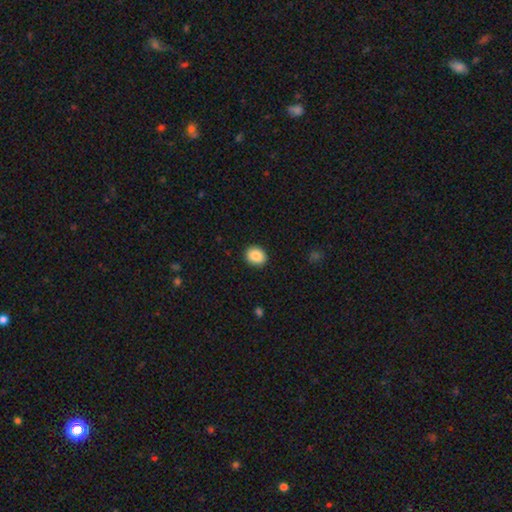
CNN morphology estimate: Q: Smooth or featured?
A: smooth (88%); runner-up: star or artifact (8%)
Q: How rounded?
A: round (62%); runner-up: in between (37%)
Q: Merging?
A: none (91%); runner-up: minor disturbance (7%)